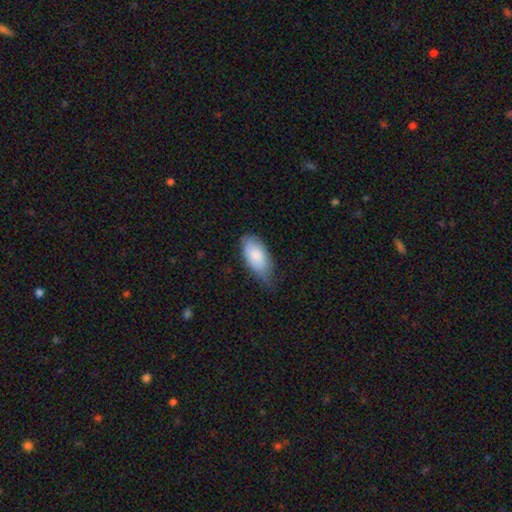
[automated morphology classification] The model was most divided on "merging": none: 48%, minor disturbance: 41%, major disturbance: 9%, merger: 1%. More confident: how rounded — in between (93%); smooth or featured — smooth (78%).